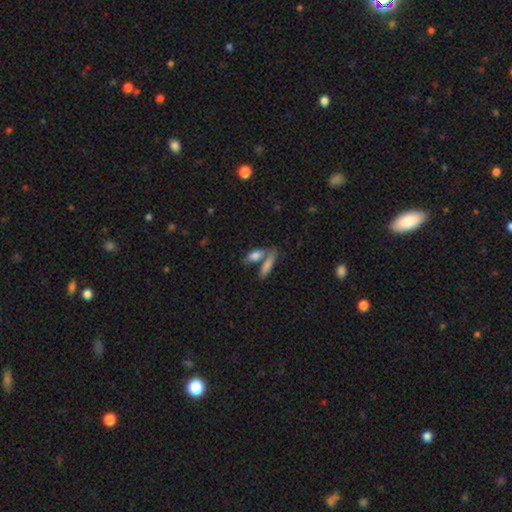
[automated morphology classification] smooth-or-featured: smooth: 78% | featured or disk: 14% | star or artifact: 7%
  how-rounded: in between: 63% | cigar-shaped: 33% | round: 4%
  merging: none: 49% | merger: 36% | minor disturbance: 10% | major disturbance: 4%